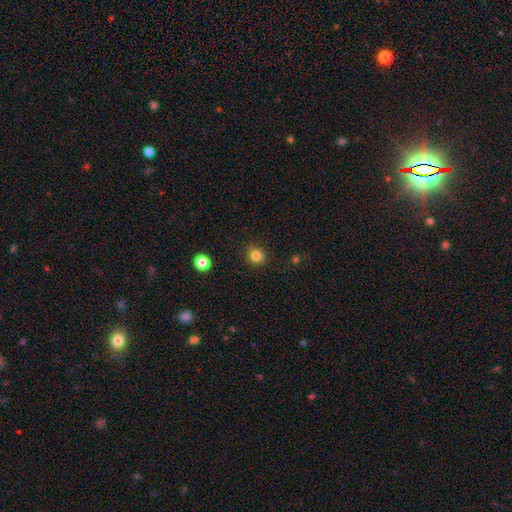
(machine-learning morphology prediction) Smooth or featured? Predicted: smooth (p=0.82). How rounded? Predicted: round (p=0.80). Merging? Predicted: none (p=0.86).